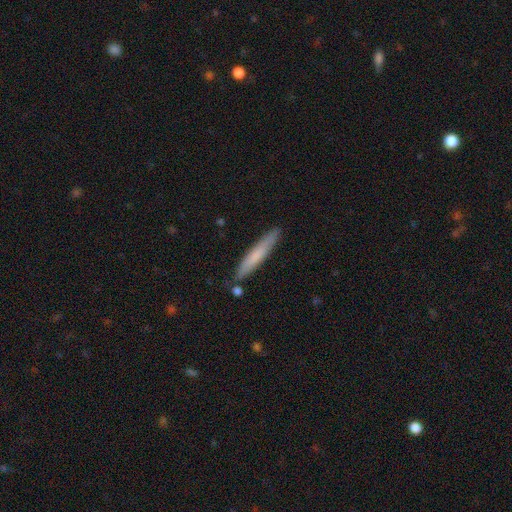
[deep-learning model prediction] smooth 70%, featured or disk 25%, star or artifact 6%. Down the decision tree: how rounded — cigar-shaped (94%); merging — none (84%).